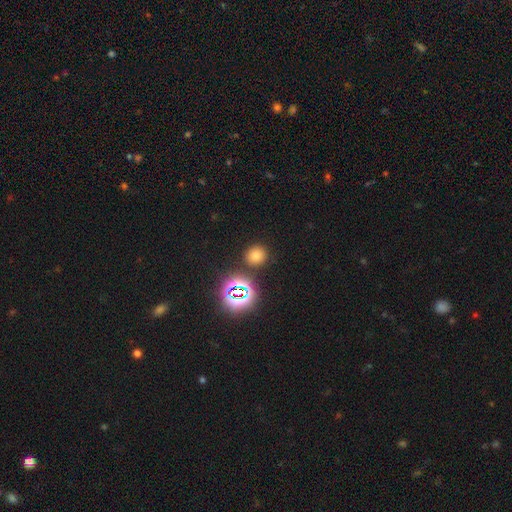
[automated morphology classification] This is likely a smooth galaxy (69%). How rounded: clearly round (87%). Merging: clearly none (86%).